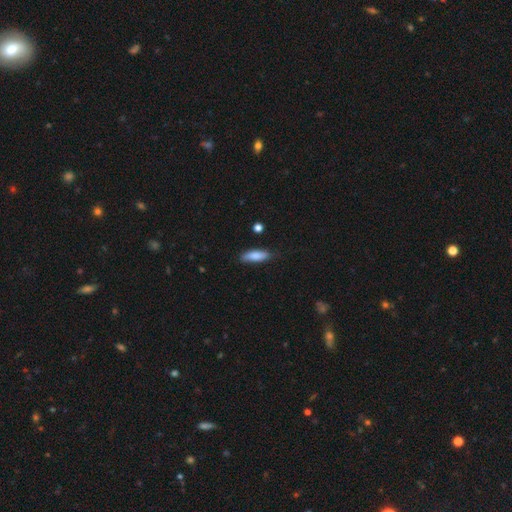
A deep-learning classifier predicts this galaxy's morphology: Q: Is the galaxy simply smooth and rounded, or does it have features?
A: smooth — 80%.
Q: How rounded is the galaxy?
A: cigar-shaped — 49%, tied with in between.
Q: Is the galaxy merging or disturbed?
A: none — 76%.